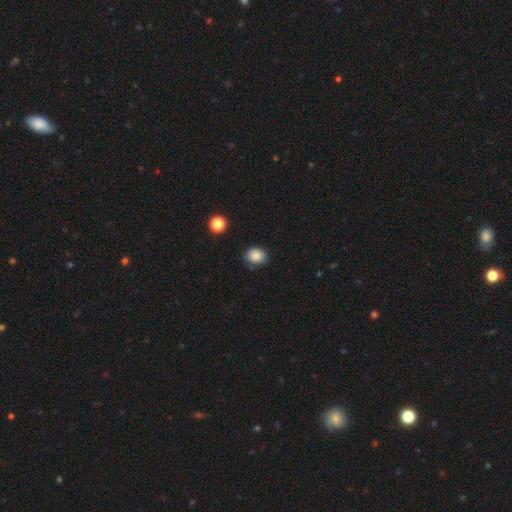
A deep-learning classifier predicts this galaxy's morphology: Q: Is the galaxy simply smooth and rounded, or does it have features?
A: smooth — 86%.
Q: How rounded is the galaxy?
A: round — 60%.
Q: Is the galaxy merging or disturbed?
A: none — 85%.